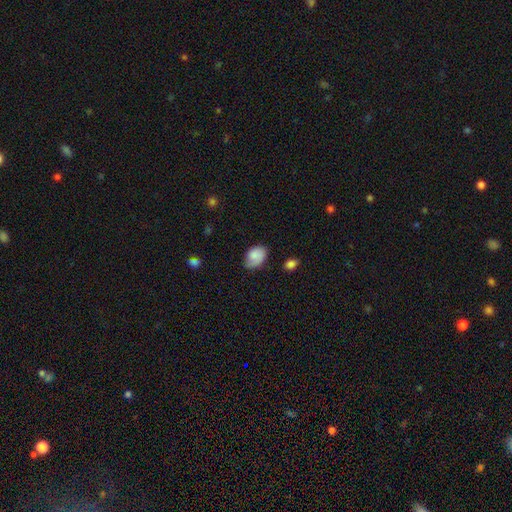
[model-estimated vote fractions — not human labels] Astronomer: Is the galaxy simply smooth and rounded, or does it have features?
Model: smooth — 82%.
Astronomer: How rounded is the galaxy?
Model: in between — 79%.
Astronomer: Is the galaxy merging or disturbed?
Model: none — 57% (runner-up: minor disturbance, 33%).